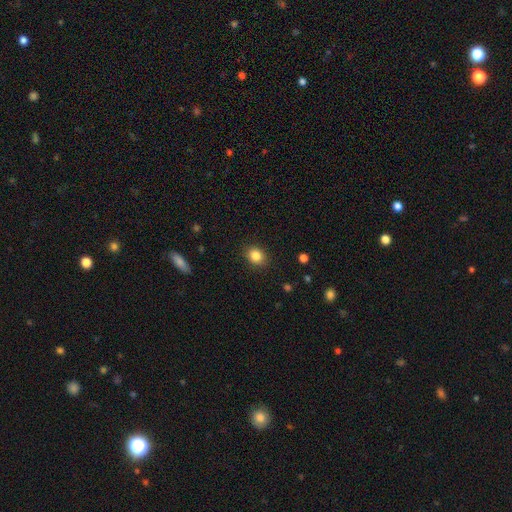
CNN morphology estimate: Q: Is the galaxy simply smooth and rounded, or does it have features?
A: smooth — 85%.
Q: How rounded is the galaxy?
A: round — 57%.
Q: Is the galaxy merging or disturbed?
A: none — 89%.